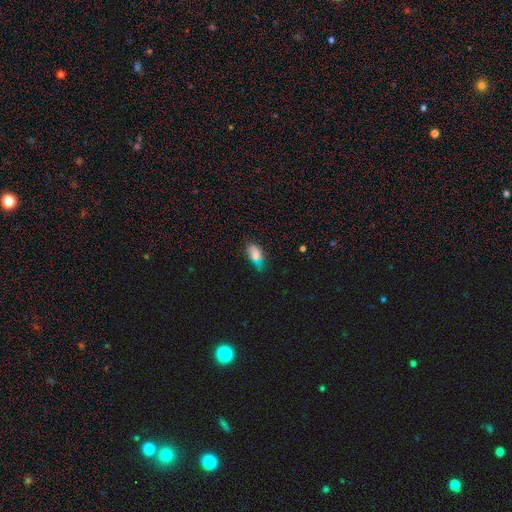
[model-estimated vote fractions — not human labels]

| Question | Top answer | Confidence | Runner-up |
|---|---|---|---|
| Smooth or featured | smooth | 75% | star or artifact (15%) |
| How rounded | in between | 89% | cigar-shaped (6%) |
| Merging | none | 57% | minor disturbance (31%) |